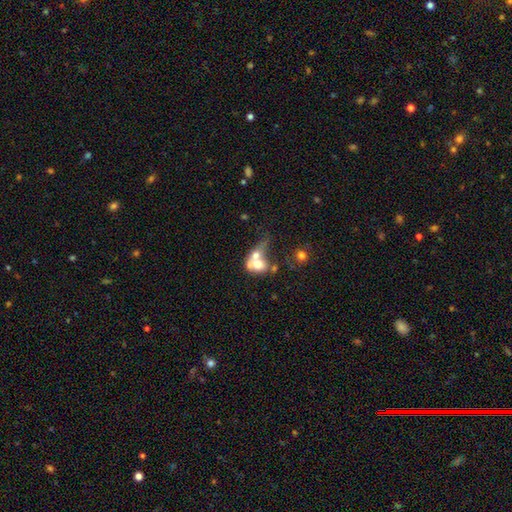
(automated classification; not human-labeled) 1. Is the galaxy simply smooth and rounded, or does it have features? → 60% smooth, 31% featured or disk, 9% star or artifact.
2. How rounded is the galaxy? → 53% in between, 44% round, 3% cigar-shaped.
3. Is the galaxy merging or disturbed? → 68% merger, 13% none, 11% major disturbance, 8% minor disturbance.